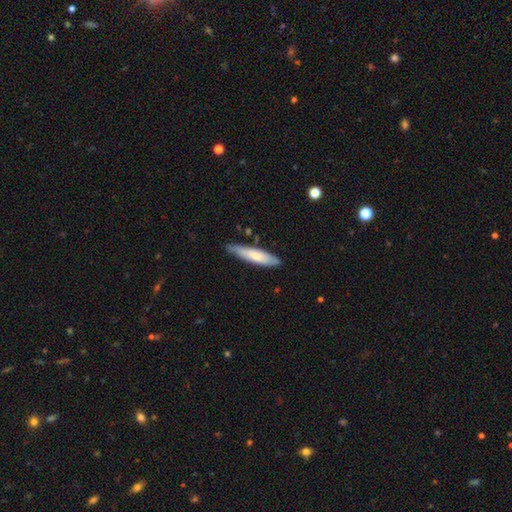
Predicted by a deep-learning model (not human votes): A smooth galaxy with no disk features (70%) that is cigar-shaped (81%). Merging: none (78%).